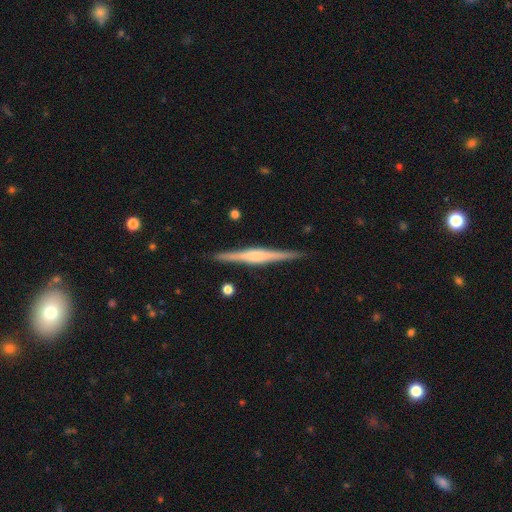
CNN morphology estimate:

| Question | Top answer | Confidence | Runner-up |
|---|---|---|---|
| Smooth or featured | featured or disk | 80% | smooth (15%) |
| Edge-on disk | yes | 98% | no (2%) |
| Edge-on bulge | rounded | 63% | boxy (28%) |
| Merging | none | 91% | minor disturbance (6%) |